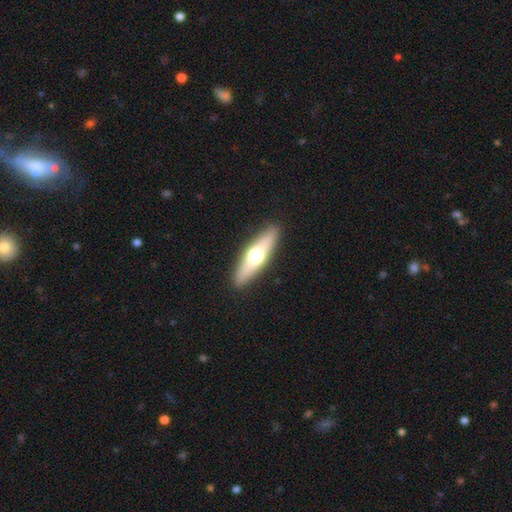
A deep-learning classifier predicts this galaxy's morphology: Smooth or featured? Predicted: smooth (p=0.48). Merging? Predicted: none (p=0.89).